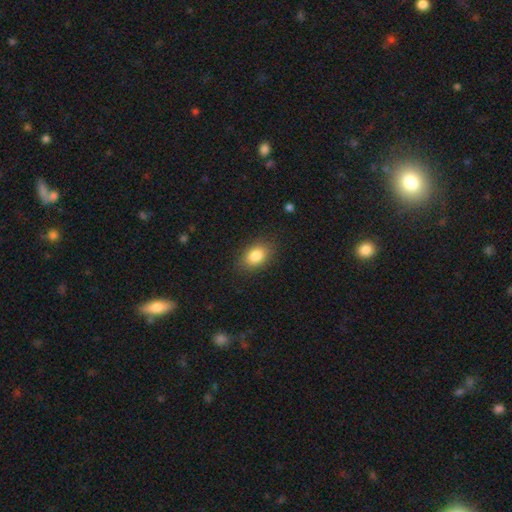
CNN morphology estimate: smooth-or-featured: smooth: 84% | star or artifact: 9% | featured or disk: 7%
  how-rounded: in between: 81% | round: 17% | cigar-shaped: 2%
  merging: none: 84% | minor disturbance: 11% | major disturbance: 3% | merger: 1%